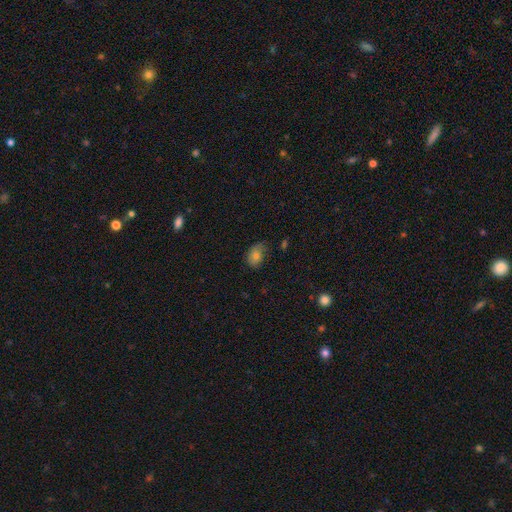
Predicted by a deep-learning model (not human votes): This is likely a smooth galaxy (71%). How rounded: clearly in between (82%). Merging: possibly none (58%).